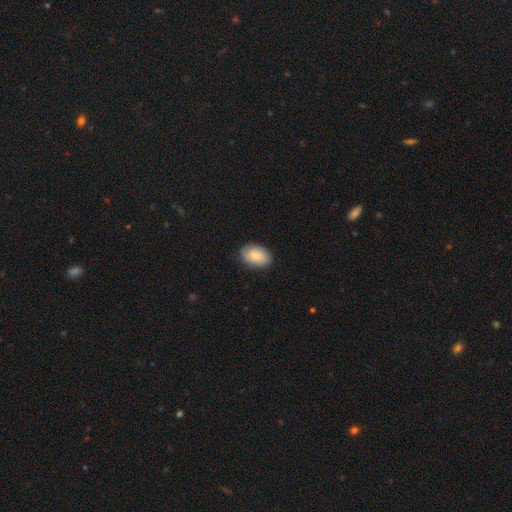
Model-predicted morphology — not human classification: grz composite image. It shows a smooth galaxy with no disk features (81%) that is in between round and cigar-shaped (88%). Merging: none (85%).